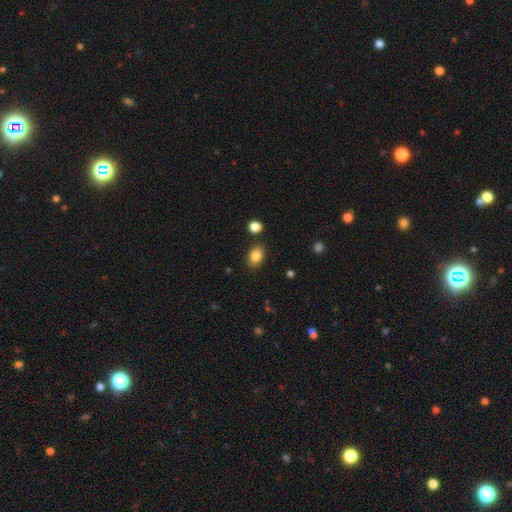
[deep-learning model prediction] This is clearly a smooth galaxy (85%). How rounded: likely in between (79%). Merging: clearly none (84%).